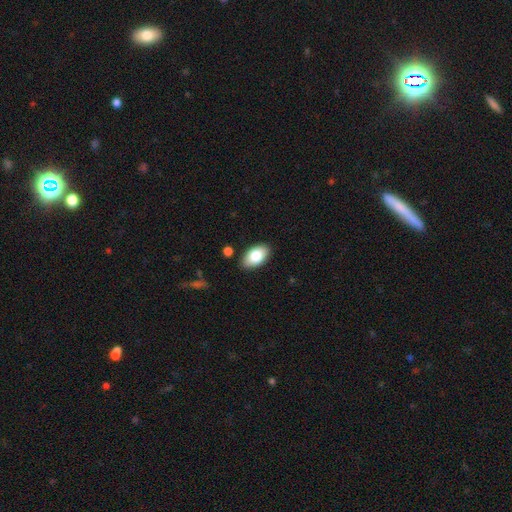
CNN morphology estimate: A smooth galaxy with no disk features (81%) that is in between round and cigar-shaped (94%). Merging: none (87%).